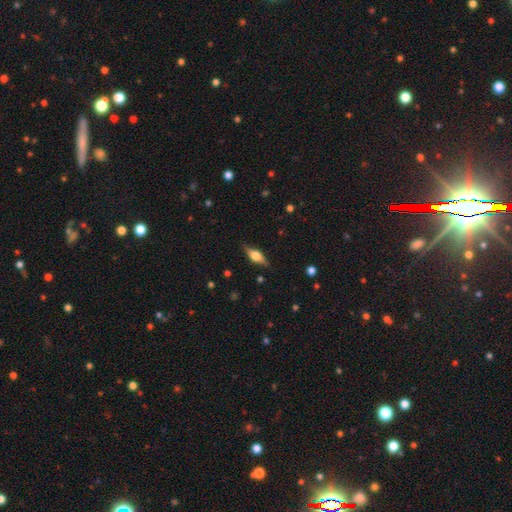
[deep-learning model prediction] smooth_or_featured: featured or disk (p=0.58) [alt: smooth p=0.35]
disk_edge_on: yes (p=0.93) [alt: no p=0.07]
edge_on_bulge: rounded (p=0.89) [alt: boxy p=0.10]
merging: none (p=0.84) [alt: minor disturbance p=0.13]